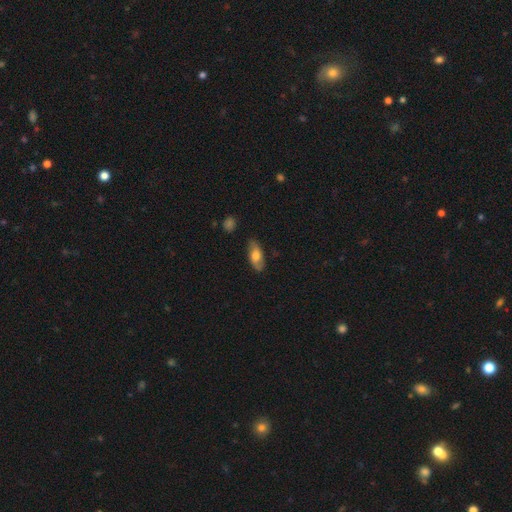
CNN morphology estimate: A smooth galaxy with no disk features (55%) that is in between round and cigar-shaped (84%).

Vote fractions:
- Smooth or featured? smooth: 55% / featured or disk: 38% / star or artifact: 7%
- How rounded? in between: 84% / cigar-shaped: 12% / round: 4%
- Merging? none: 80% / minor disturbance: 15% / major disturbance: 3% / merger: 1%